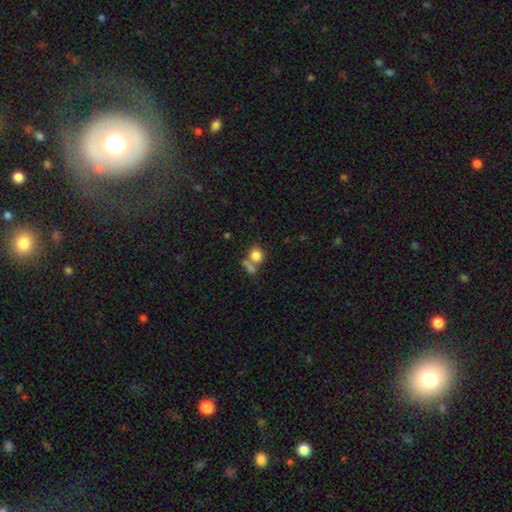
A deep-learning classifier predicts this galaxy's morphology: Smooth or featured: smooth — 81% (star or artifact — 10%)
How rounded: round — 74% (in between — 25%)
Merging: none — 43% (merger — 41%)